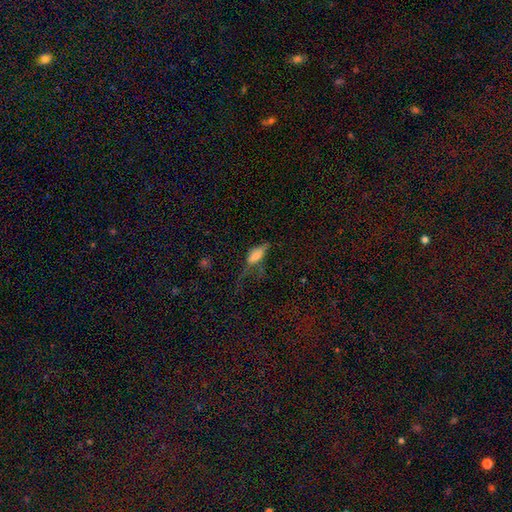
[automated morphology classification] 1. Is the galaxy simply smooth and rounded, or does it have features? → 67% smooth, 22% featured or disk, 11% star or artifact.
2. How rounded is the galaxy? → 75% in between, 20% cigar-shaped, 4% round.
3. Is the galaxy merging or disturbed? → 50% major disturbance, 22% none, 22% minor disturbance, 6% merger.